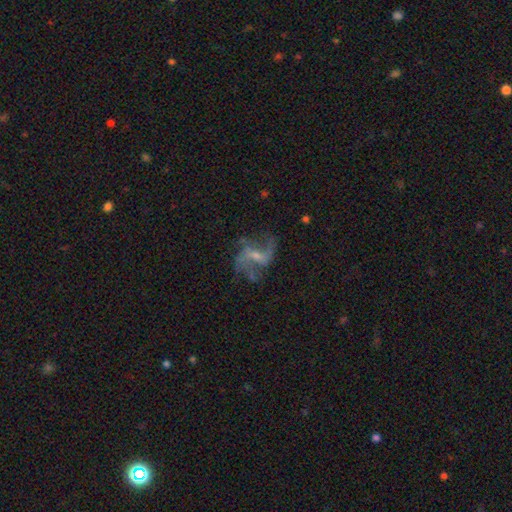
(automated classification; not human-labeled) Smooth or featured: featured or disk — 80% (star or artifact — 10%)
Edge-on disk: no — 97% (yes — 3%)
Bar: weak — 49% (no — 29%)
Spiral arms: yes — 89% (no — 11%)
Spiral winding: loose — 68% (medium — 26%)
Spiral arm count: 2 — 60% (3 — 15%)
Bulge size: small — 57% (moderate — 30%)
Merging: none — 60% (major disturbance — 20%)